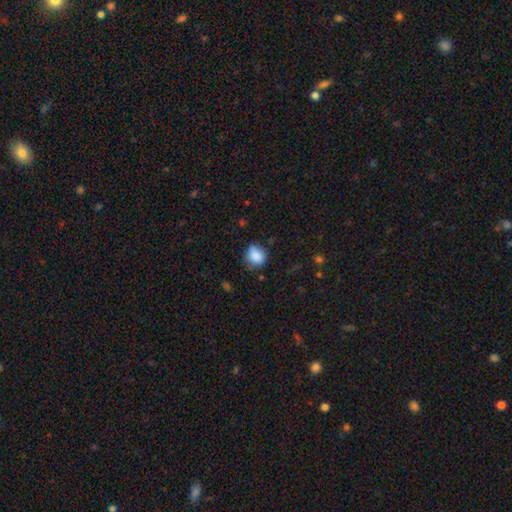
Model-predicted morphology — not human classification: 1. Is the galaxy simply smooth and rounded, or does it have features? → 86% smooth, 9% star or artifact, 5% featured or disk.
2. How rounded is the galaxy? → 72% round, 27% in between, 1% cigar-shaped.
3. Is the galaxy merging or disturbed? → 68% none, 25% minor disturbance, 6% major disturbance, 2% merger.